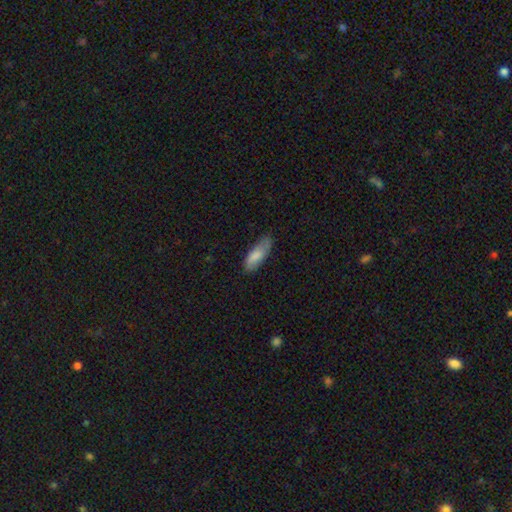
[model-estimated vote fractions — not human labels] smooth_or_featured: smooth (p=0.80) [alt: featured or disk p=0.14]
how_rounded: in between (p=0.69) [alt: cigar-shaped p=0.29]
merging: none (p=0.68) [alt: minor disturbance p=0.26]